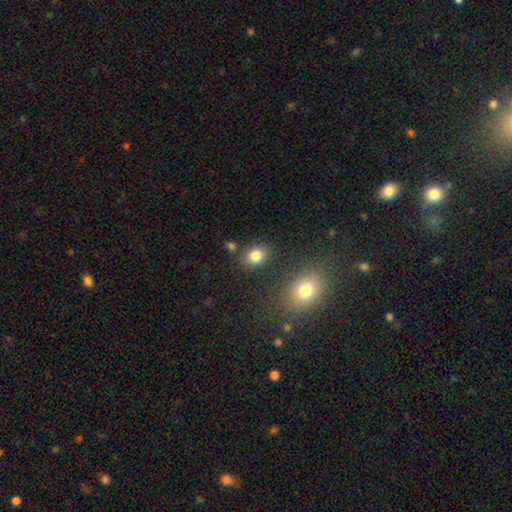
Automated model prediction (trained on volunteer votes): Smooth or featured?
  - smooth: 82% *
  - star or artifact: 10%
  - featured or disk: 7%
How rounded?
  - in between: 56% *
  - round: 43%
  - cigar-shaped: 1%
Merging?
  - none: 79% *
  - minor disturbance: 11%
  - merger: 7%
  - major disturbance: 4%